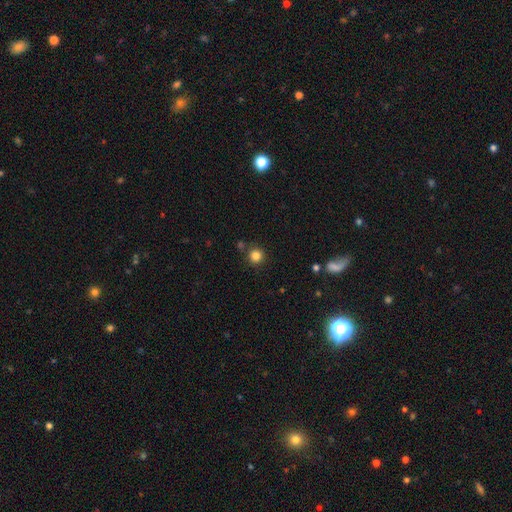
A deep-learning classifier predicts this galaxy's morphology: Q: Smooth or featured?
A: smooth (84%); runner-up: star or artifact (12%)
Q: How rounded?
A: round (95%); runner-up: in between (4%)
Q: Merging?
A: none (84%); runner-up: minor disturbance (7%)